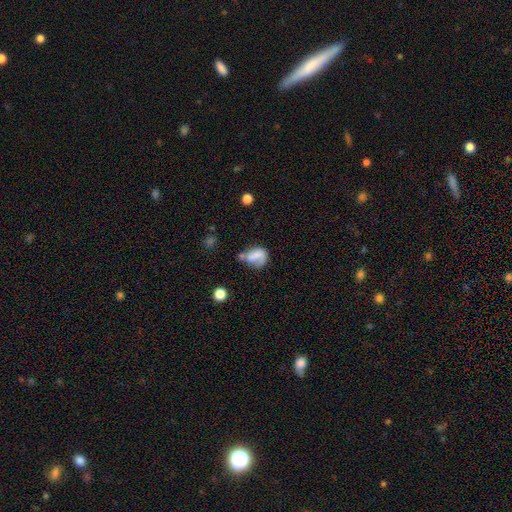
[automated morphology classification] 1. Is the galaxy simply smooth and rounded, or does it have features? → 60% smooth, 30% featured or disk, 10% star or artifact.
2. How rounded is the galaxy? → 54% in between, 44% round, 2% cigar-shaped.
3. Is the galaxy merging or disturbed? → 33% none, 25% minor disturbance, 25% major disturbance, 17% merger.